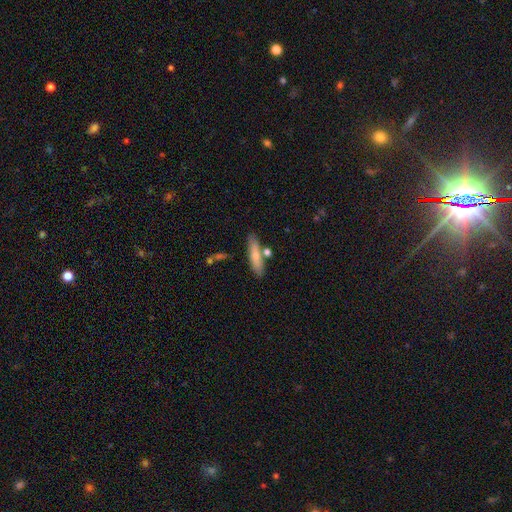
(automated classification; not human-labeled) This appears to be a smooth galaxy with no disk features (70%) that is cigar-shaped (71%). Merging: none (74%).